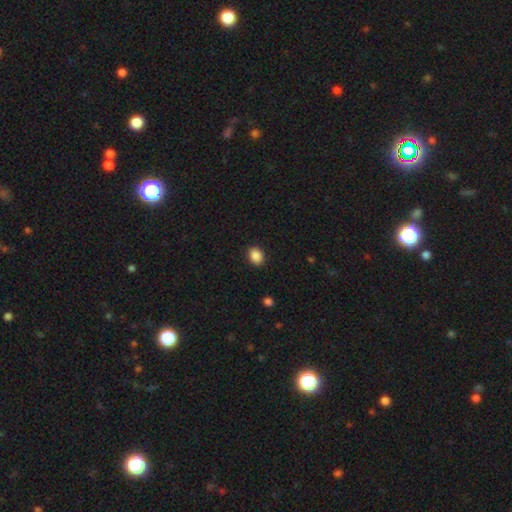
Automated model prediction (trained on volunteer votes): The model was most divided on "how rounded": in between: 65%, round: 34%, cigar-shaped: 1%. More confident: merging — none (90%); smooth or featured — smooth (88%).